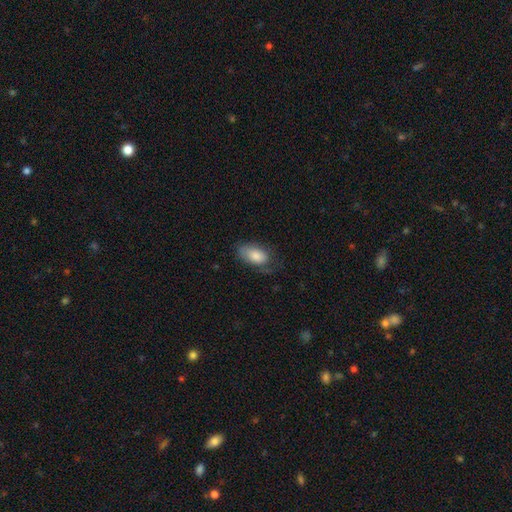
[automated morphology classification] Q: Smooth or featured?
A: smooth (78%); runner-up: featured or disk (15%)
Q: How rounded?
A: in between (92%); runner-up: round (5%)
Q: Merging?
A: none (56%); runner-up: minor disturbance (28%)